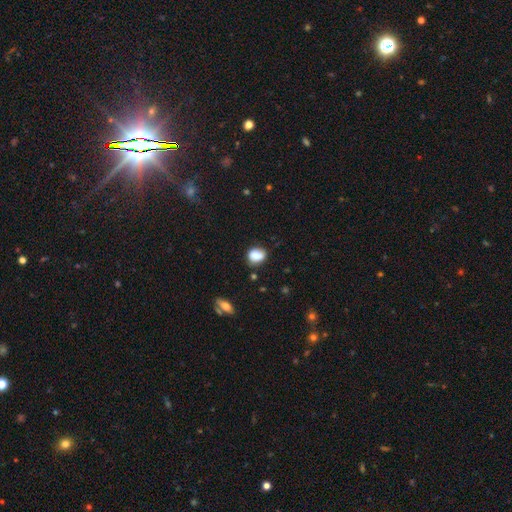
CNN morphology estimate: type=smooth (77%); roundness=round (58%); merging=none (70%).